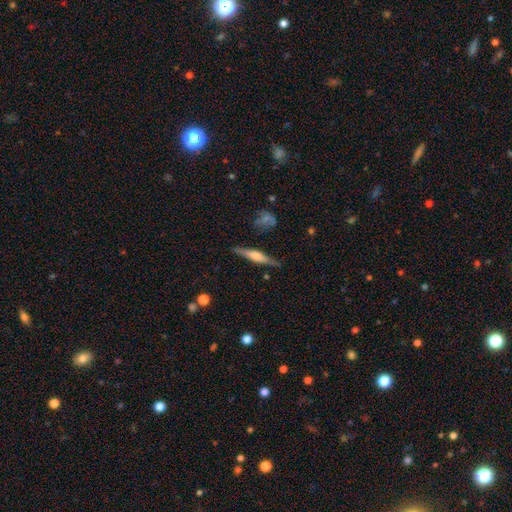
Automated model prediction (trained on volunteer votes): Smooth or featured? Predicted: featured or disk (p=0.64). Edge-on disk? Predicted: yes (p=0.96). Edge-on bulge? Predicted: rounded (p=0.64). Merging? Predicted: none (p=0.83).